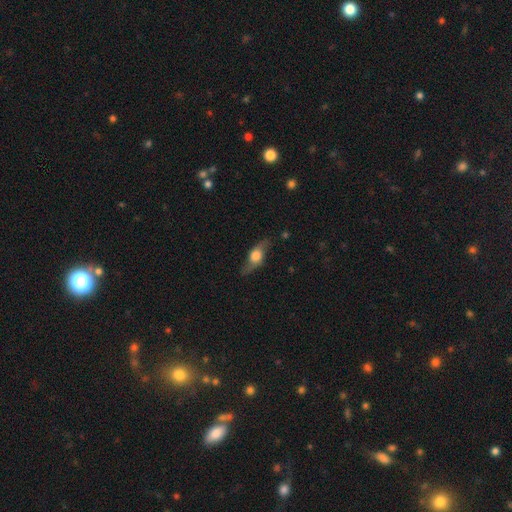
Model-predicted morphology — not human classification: Overall: featured or disk (51%; smooth 42%). Edge-on disk: yes (71%). Merging: none (74%).